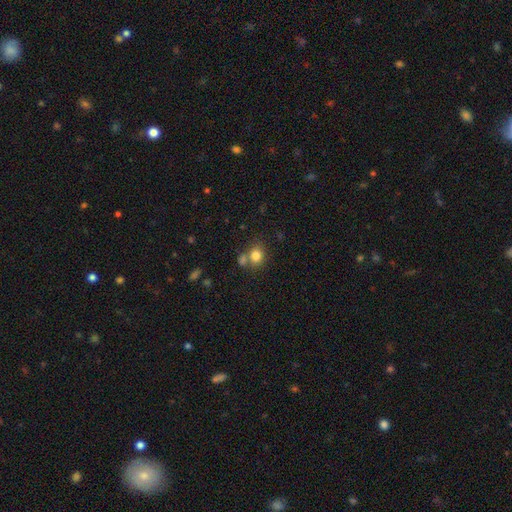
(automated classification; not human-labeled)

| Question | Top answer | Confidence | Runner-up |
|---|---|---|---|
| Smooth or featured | smooth | 81% | star or artifact (11%) |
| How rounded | round | 65% | in between (34%) |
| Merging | none | 57% | merger (26%) |